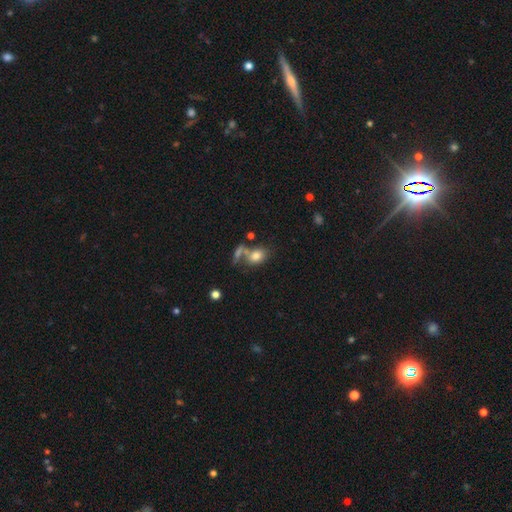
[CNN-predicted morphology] Smooth or featured?
  - smooth: 77% *
  - featured or disk: 13%
  - star or artifact: 10%
How rounded?
  - in between: 73% *
  - round: 25%
  - cigar-shaped: 2%
Merging?
  - none: 42% *
  - merger: 35%
  - minor disturbance: 13%
  - major disturbance: 9%